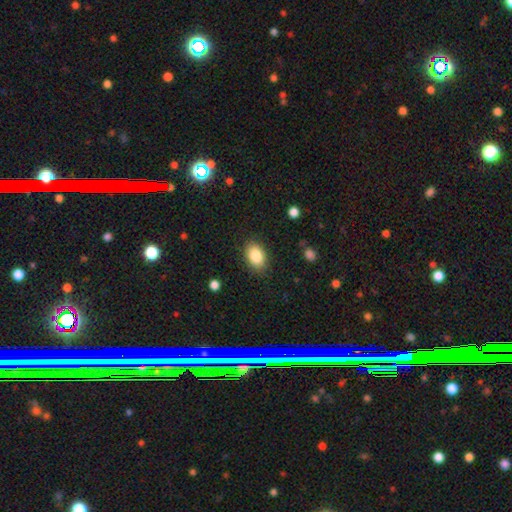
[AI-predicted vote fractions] The model was most divided on "how rounded": in between: 84%, round: 15%, cigar-shaped: 1%. More confident: smooth or featured — smooth (86%); merging — none (86%).